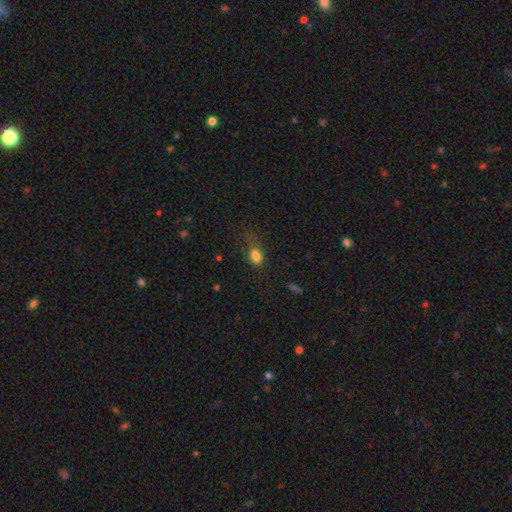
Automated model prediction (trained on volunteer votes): This appears to be a smooth galaxy with no disk features (79%) that is in between round and cigar-shaped (81%). Merging: none (38%).